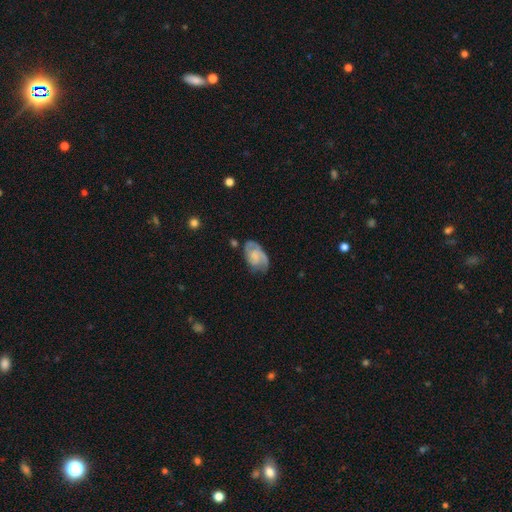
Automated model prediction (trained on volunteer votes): smooth-or-featured: featured or disk: 60% | smooth: 33% | star or artifact: 7%
  disk-edge-on: no: 96% | yes: 4%
    bar: no: 63% | weak: 32% | strong: 6%
    has-spiral-arms: yes: 85% | no: 15%
    bulge-size: none: 39% | small: 28% | moderate: 22% | large: 9% | dominant: 2%
  merging: none: 56% | minor disturbance: 28% | major disturbance: 13% | merger: 3%